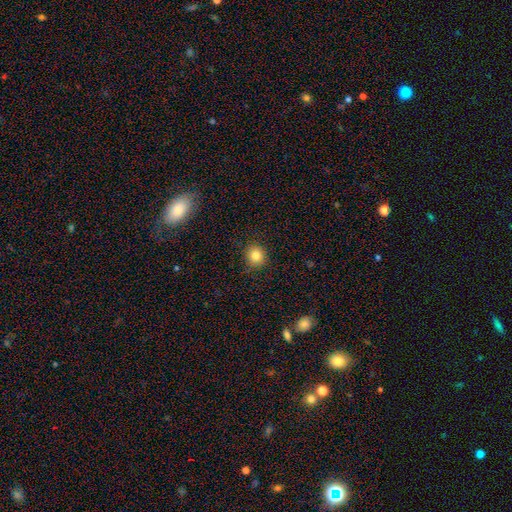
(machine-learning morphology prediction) smooth 82%, star or artifact 12%, featured or disk 6%. Down the decision tree: how rounded — round (90%); merging — none (90%).